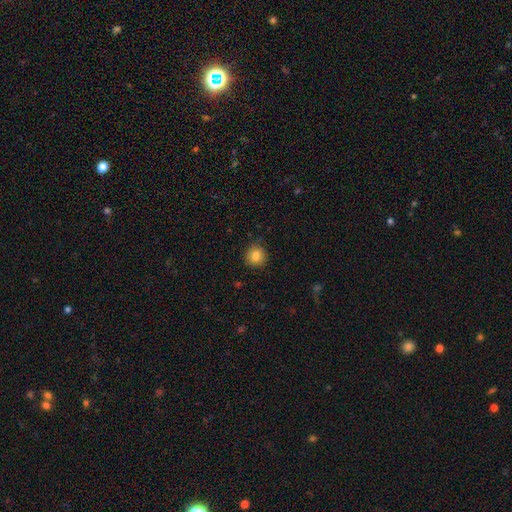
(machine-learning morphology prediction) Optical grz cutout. It shows a smooth galaxy with no disk features (84%) that is round (92%). Merging: none (88%).